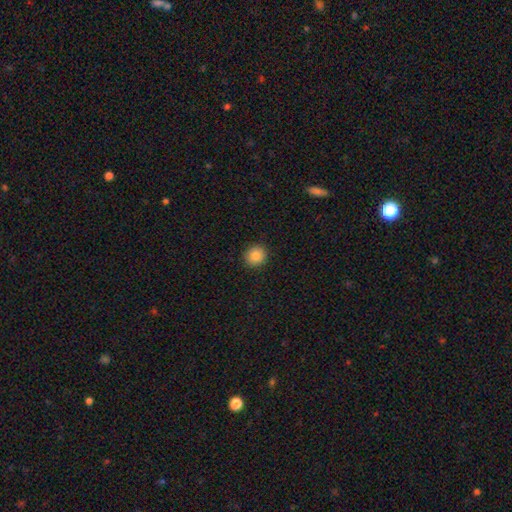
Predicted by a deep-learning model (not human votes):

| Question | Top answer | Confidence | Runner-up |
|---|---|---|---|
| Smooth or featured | smooth | 84% | star or artifact (10%) |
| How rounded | round | 89% | in between (10%) |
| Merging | none | 92% | minor disturbance (6%) |